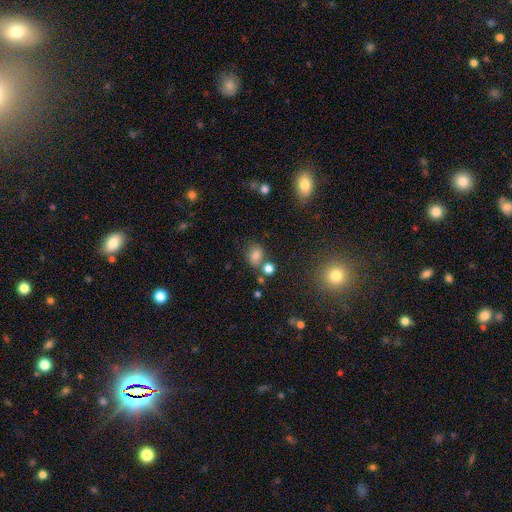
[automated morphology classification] The model was most divided on "how rounded": in between: 55%, round: 43%, cigar-shaped: 1%. More confident: smooth or featured — smooth (75%); merging — none (56%).